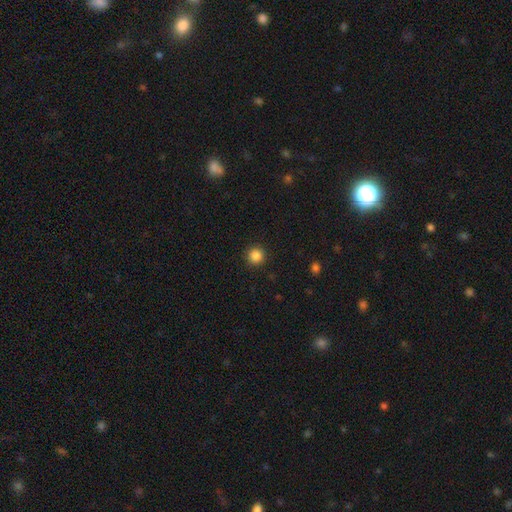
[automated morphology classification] This appears to be a smooth galaxy with no disk features (86%) that is round (96%). Merging: none (92%).